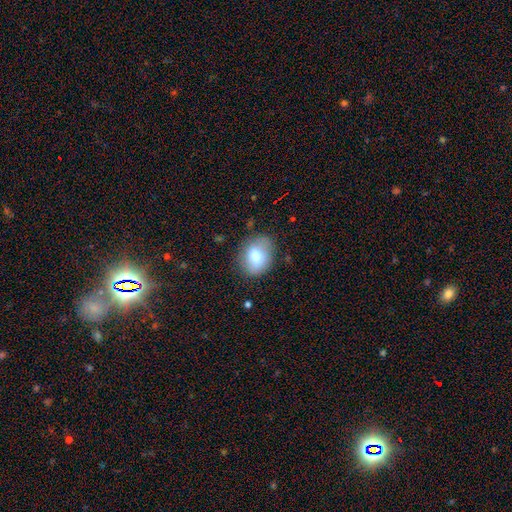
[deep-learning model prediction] Morphology: type=smooth (72%); roundness=in between (58%); merging=none (78%).